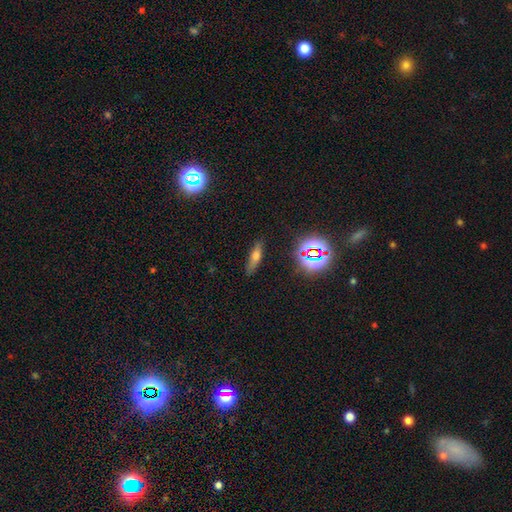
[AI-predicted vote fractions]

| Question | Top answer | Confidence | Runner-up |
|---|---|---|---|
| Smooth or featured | smooth | 55% | featured or disk (28%) |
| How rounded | cigar-shaped | 61% | in between (33%) |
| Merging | none | 84% | minor disturbance (11%) |